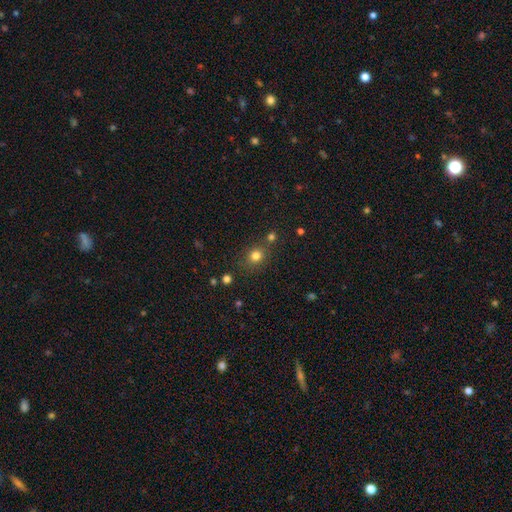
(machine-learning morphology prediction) Smooth or featured? Predicted: smooth (p=0.78). How rounded? Predicted: round (p=0.74). Merging? Predicted: none (p=0.74).